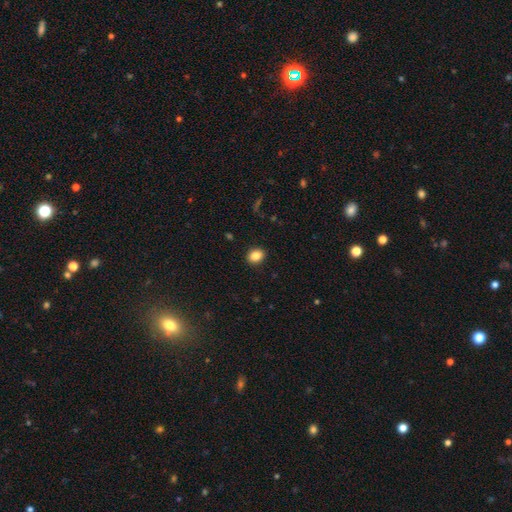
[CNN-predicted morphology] Overall: smooth (86%). How rounded: in between (55%; round 44%). Merging: none (90%).